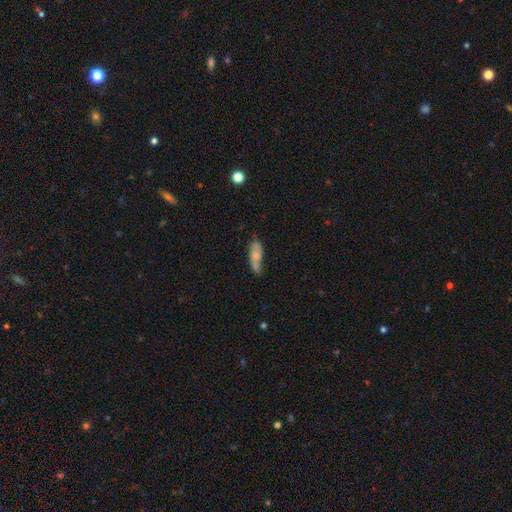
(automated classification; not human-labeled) Smooth or featured?
  - smooth: 65% *
  - featured or disk: 28%
  - star or artifact: 7%
How rounded?
  - in between: 64% *
  - cigar-shaped: 34%
  - round: 2%
Merging?
  - none: 53% *
  - minor disturbance: 29%
  - merger: 10%
  - major disturbance: 8%